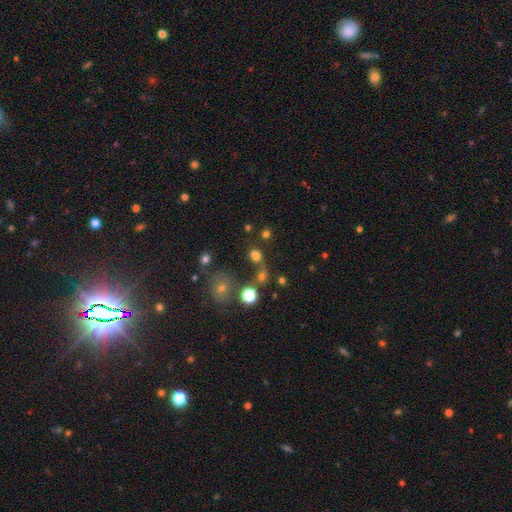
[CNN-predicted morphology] Smooth or featured? smooth (71%)
How rounded? round (75%)
Merging? none (48%)